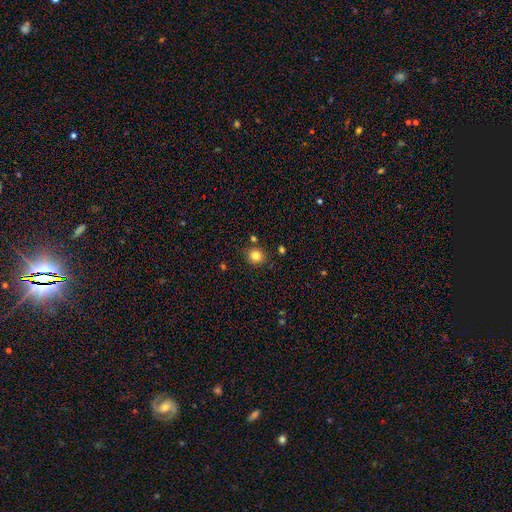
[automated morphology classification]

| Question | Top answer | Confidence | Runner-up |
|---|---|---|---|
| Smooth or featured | smooth | 82% | star or artifact (12%) |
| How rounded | round | 84% | in between (15%) |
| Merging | none | 83% | minor disturbance (9%) |